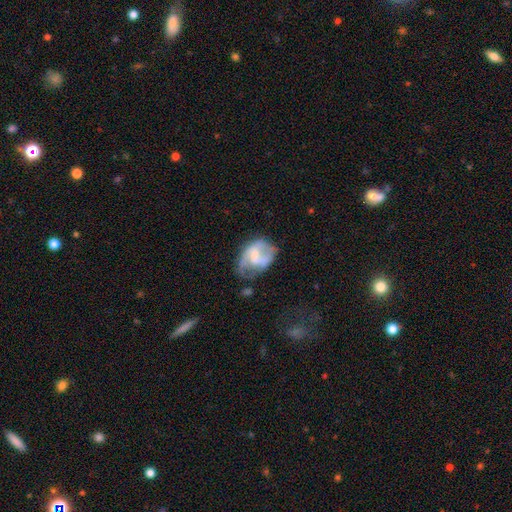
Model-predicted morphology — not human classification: smooth-or-featured: featured or disk: 63% | smooth: 29% | star or artifact: 8%
  disk-edge-on: no: 97% | yes: 3%
    bar: weak: 44% | no: 43% | strong: 14%
    has-spiral-arms: yes: 69% | no: 31%
    bulge-size: small: 31% | moderate: 30% | none: 29% | large: 9% | dominant: 2%
  merging: none: 39% | minor disturbance: 28% | major disturbance: 28% | merger: 5%